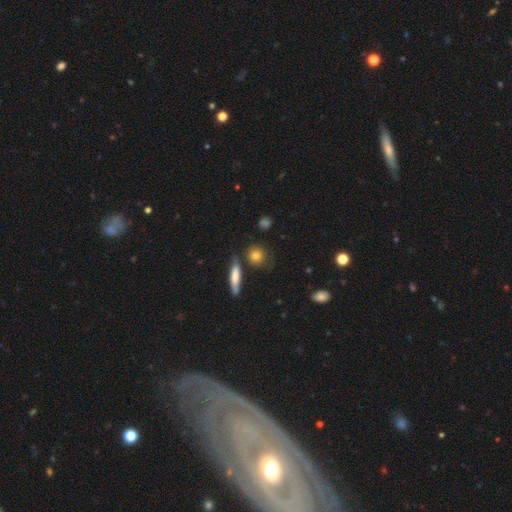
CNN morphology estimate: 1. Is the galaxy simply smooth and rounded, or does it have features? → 79% smooth, 12% featured or disk, 9% star or artifact.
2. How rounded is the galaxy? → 73% round, 17% in between, 9% cigar-shaped.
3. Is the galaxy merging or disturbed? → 74% none, 14% minor disturbance, 7% merger, 4% major disturbance.